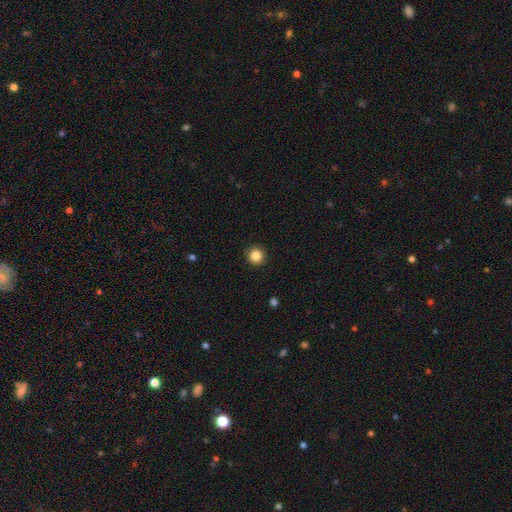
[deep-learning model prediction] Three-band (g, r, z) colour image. It shows a smooth galaxy with no disk features (85%) that is round (95%). Merging: none (93%).